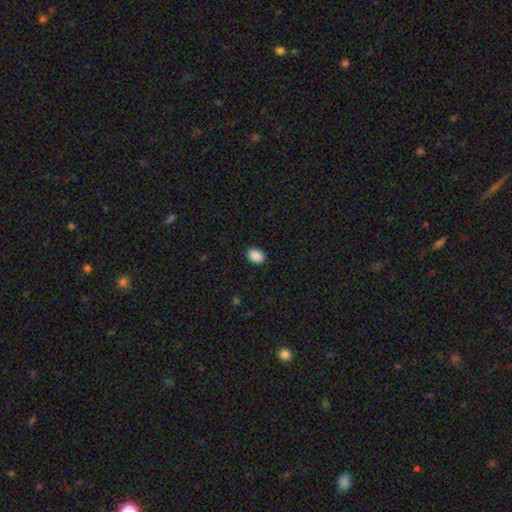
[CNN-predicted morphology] Smooth or featured? smooth (90%)
How rounded? in between (79%)
Merging? none (90%)